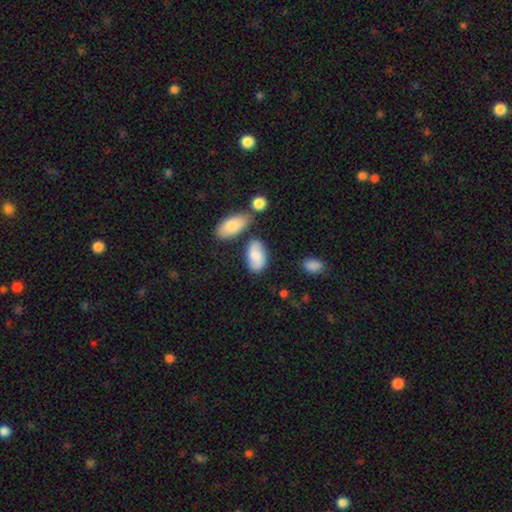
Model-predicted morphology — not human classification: smooth_or_featured: smooth (p=0.69) [alt: featured or disk p=0.25]
how_rounded: in between (p=0.92) [alt: round p=0.05]
merging: none (p=0.67) [alt: minor disturbance p=0.17]